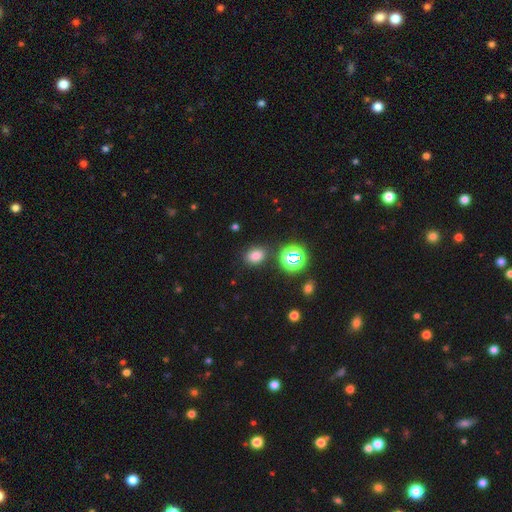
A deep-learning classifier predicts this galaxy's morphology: Smooth or featured: smooth — 73% (star or artifact — 21%)
How rounded: in between — 61% (round — 37%)
Merging: none — 82% (minor disturbance — 10%)